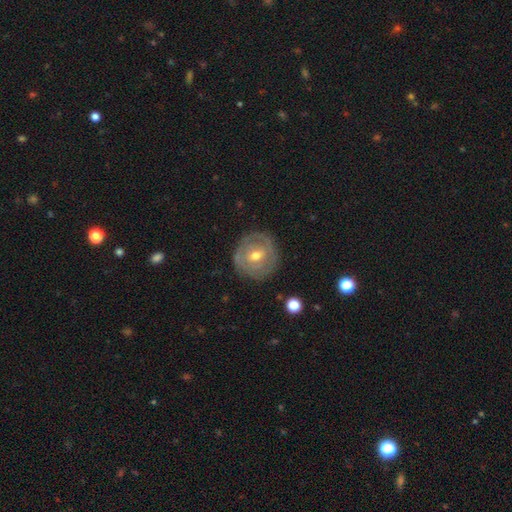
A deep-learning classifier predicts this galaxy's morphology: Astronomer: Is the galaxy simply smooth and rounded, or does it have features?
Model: featured or disk — 67%.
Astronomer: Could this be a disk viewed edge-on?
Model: no — 96%.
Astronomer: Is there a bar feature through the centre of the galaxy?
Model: no — 47% (runner-up: weak, 41%).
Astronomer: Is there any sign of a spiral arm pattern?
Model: yes — 58% (runner-up: no, 42%).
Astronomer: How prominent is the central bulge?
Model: moderate — 70%.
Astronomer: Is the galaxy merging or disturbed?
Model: none — 80%.